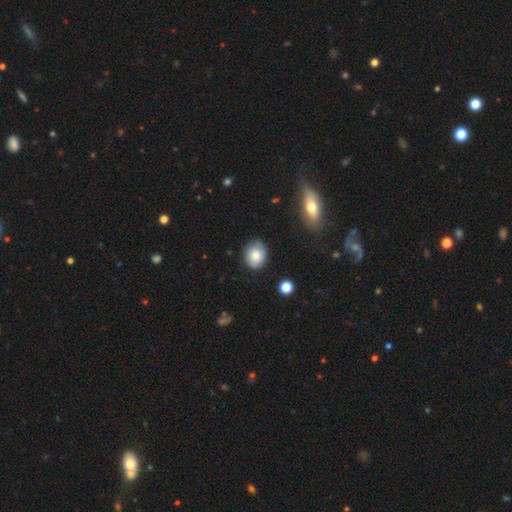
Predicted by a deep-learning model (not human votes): Smooth or featured?
  - smooth: 77% *
  - featured or disk: 14%
  - star or artifact: 8%
How rounded?
  - round: 56% *
  - in between: 43%
  - cigar-shaped: 1%
Merging?
  - none: 79% *
  - minor disturbance: 16%
  - major disturbance: 3%
  - merger: 2%